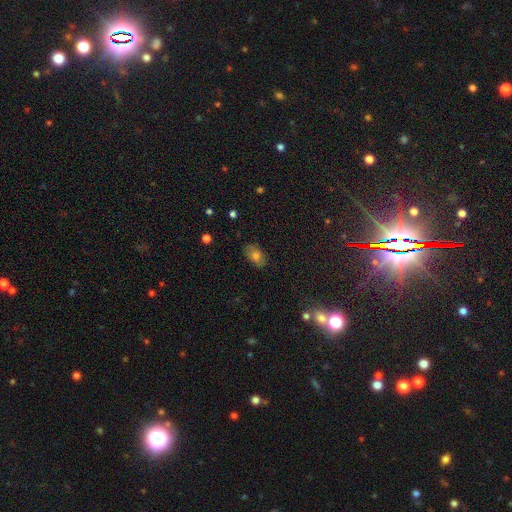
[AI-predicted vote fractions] smooth-or-featured: smooth: 70% | featured or disk: 17% | star or artifact: 12%
  how-rounded: in between: 87% | round: 11% | cigar-shaped: 2%
  merging: none: 80% | minor disturbance: 15% | major disturbance: 4% | merger: 1%